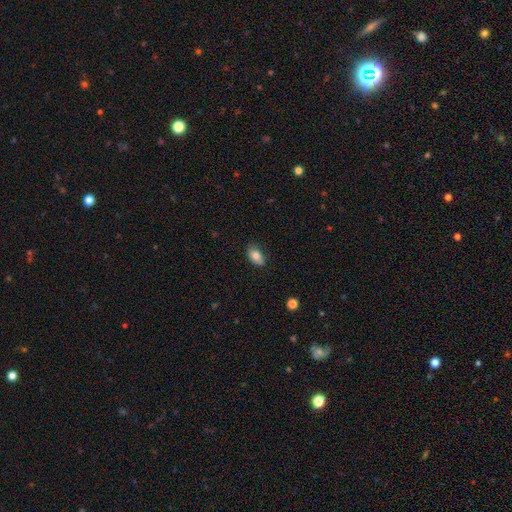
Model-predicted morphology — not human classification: Smooth or featured: smooth — 80% (featured or disk — 12%)
How rounded: in between — 91% (round — 6%)
Merging: none — 81% (minor disturbance — 16%)